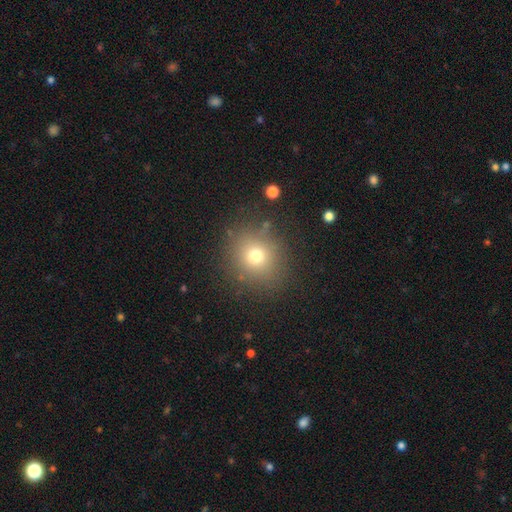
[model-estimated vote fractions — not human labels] Smooth or featured?
  - smooth: 71% *
  - star or artifact: 18%
  - featured or disk: 12%
How rounded?
  - round: 83% *
  - in between: 16%
  - cigar-shaped: 1%
Merging?
  - none: 84% *
  - minor disturbance: 10%
  - major disturbance: 4%
  - merger: 2%